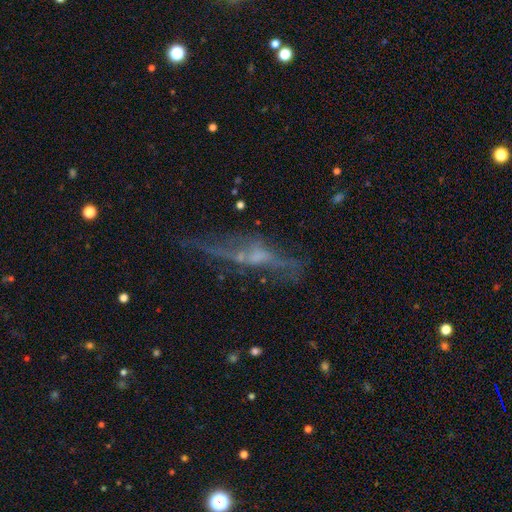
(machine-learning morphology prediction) type=featured or disk (61%); edge-on=yes (64%); merging=none (51%).